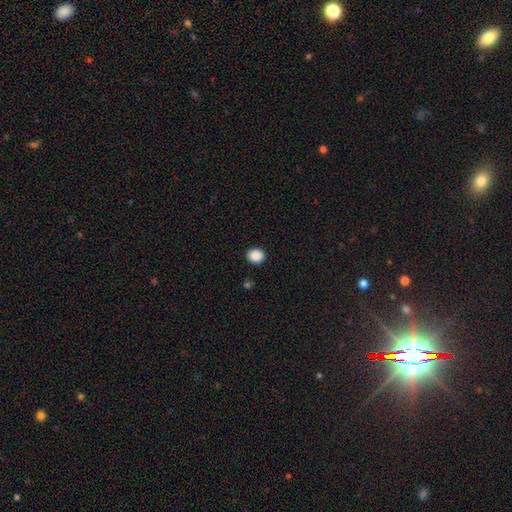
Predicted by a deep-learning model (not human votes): A smooth galaxy with no disk features (89%) that is round (69%). Merging: none (90%).